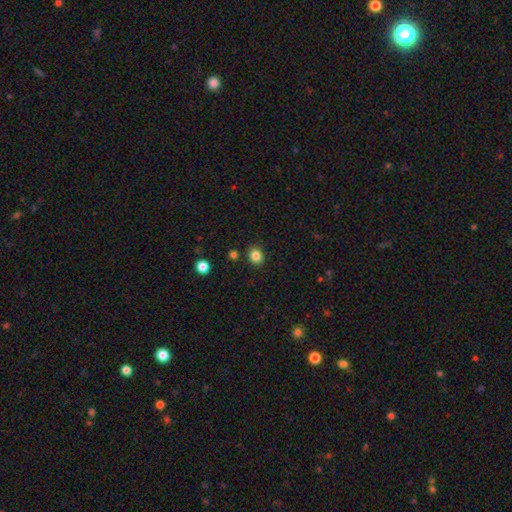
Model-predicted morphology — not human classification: Q: Smooth or featured?
A: smooth (84%); runner-up: star or artifact (11%)
Q: How rounded?
A: round (63%); runner-up: in between (36%)
Q: Merging?
A: none (87%); runner-up: minor disturbance (8%)